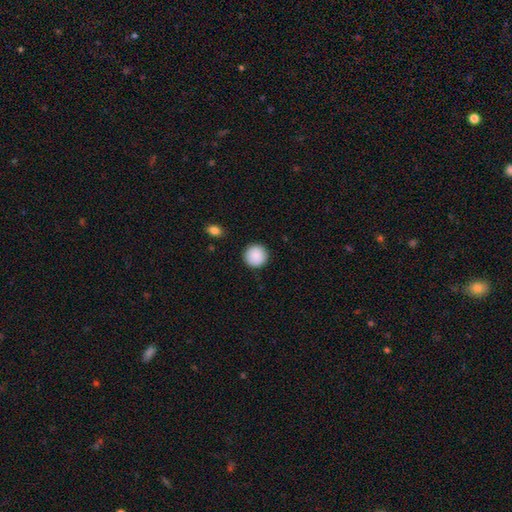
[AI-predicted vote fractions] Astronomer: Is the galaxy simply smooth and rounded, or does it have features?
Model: smooth — 90%.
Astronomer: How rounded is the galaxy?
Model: round — 96%.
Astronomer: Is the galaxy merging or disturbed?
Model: none — 92%.